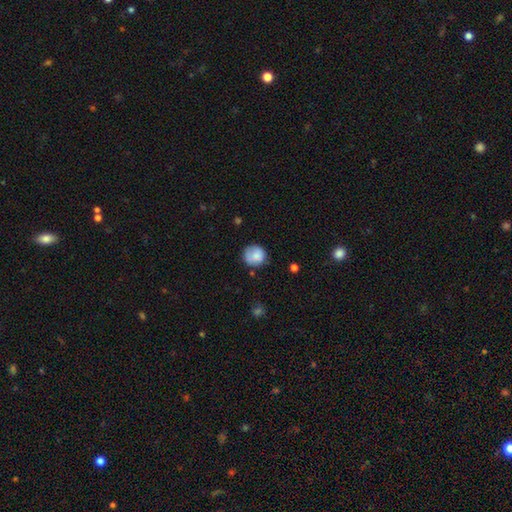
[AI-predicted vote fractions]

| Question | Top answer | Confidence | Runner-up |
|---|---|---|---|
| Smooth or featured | smooth | 79% | featured or disk (12%) |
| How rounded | round | 88% | in between (11%) |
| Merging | none | 69% | minor disturbance (22%) |